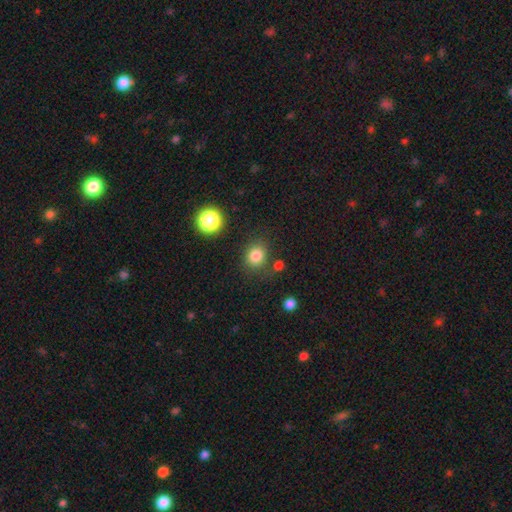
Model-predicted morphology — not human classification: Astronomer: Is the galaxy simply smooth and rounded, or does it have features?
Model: smooth — 81%.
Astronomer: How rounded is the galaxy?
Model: round — 71%.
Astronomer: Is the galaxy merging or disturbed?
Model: none — 76%.